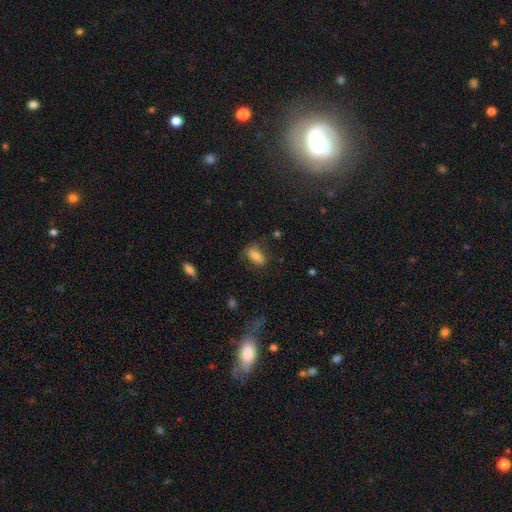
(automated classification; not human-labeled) Smooth or featured? smooth (75%)
How rounded? in between (85%)
Merging? none (70%)